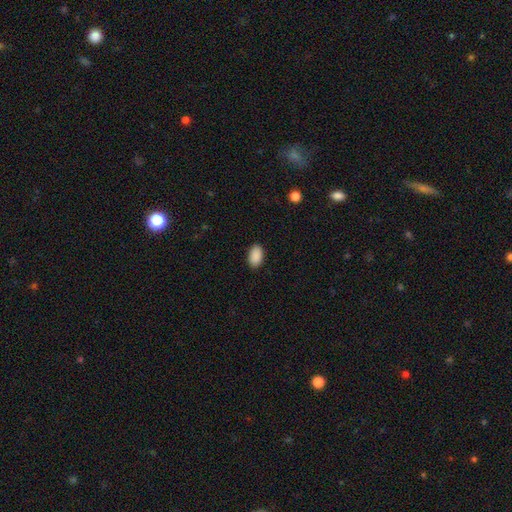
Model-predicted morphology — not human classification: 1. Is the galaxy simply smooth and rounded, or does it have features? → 91% smooth, 7% star or artifact, 2% featured or disk.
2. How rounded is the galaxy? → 93% in between, 5% round, 1% cigar-shaped.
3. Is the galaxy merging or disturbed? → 89% none, 8% minor disturbance, 2% major disturbance, 1% merger.